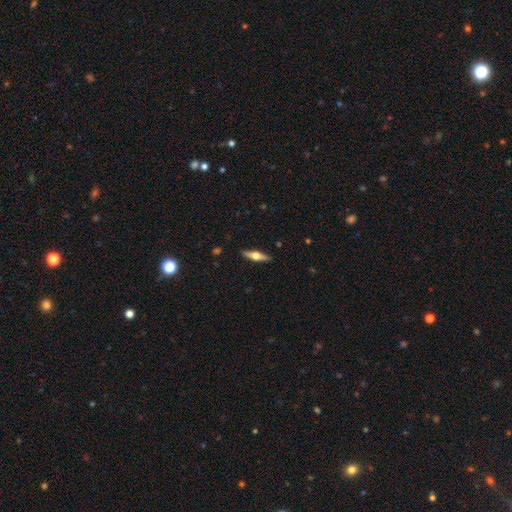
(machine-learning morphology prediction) Overall: featured or disk (65%; smooth 29%). Edge-on disk: yes (96%). Edge-on bulge: rounded (95%). Merging: none (90%).